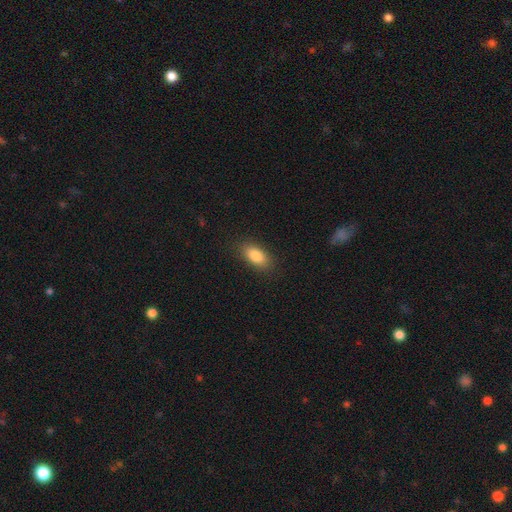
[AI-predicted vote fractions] Q: Smooth or featured?
A: smooth (85%); runner-up: star or artifact (8%)
Q: How rounded?
A: in between (88%); runner-up: cigar-shaped (7%)
Q: Merging?
A: none (86%); runner-up: minor disturbance (10%)